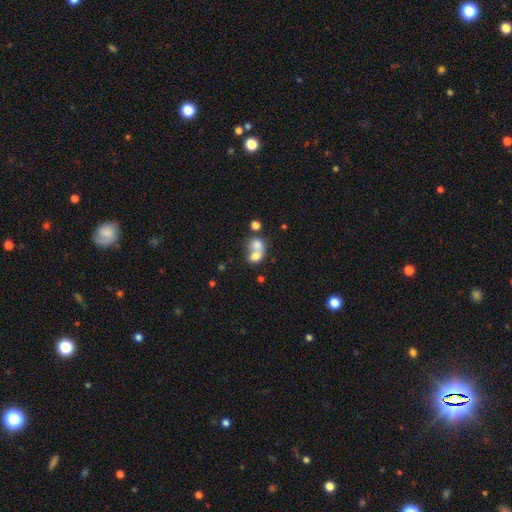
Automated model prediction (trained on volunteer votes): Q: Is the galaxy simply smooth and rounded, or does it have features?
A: smooth — 72%.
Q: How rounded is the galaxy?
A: round — 50%.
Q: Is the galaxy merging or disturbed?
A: merger — 71%.